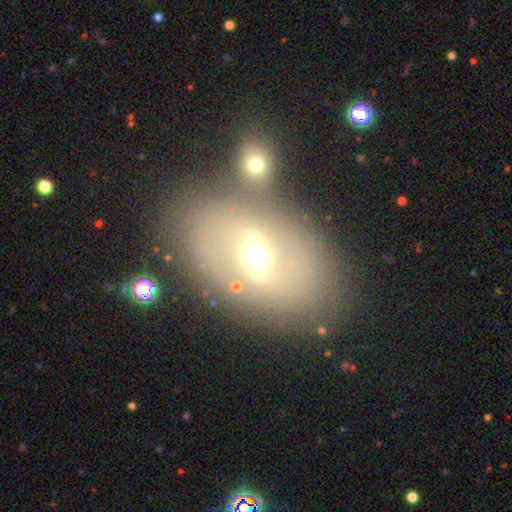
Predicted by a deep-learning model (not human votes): A featured or disk galaxy (58%) with a weak bar (50%), no spiral arms (61%) and a moderate central bulge (68%). Merging: none (63%).